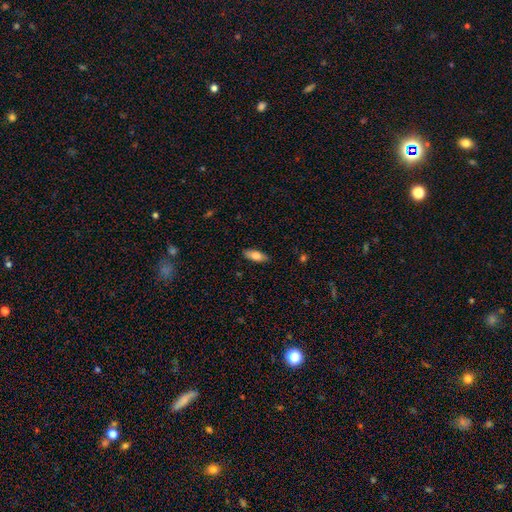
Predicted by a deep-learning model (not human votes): A smooth galaxy with no disk features (78%) that is in between round and cigar-shaped (76%).

Vote fractions:
- Smooth or featured? smooth: 78% / featured or disk: 15% / star or artifact: 6%
- How rounded? in between: 76% / cigar-shaped: 22% / round: 2%
- Merging? none: 86% / minor disturbance: 11% / major disturbance: 2% / merger: 1%